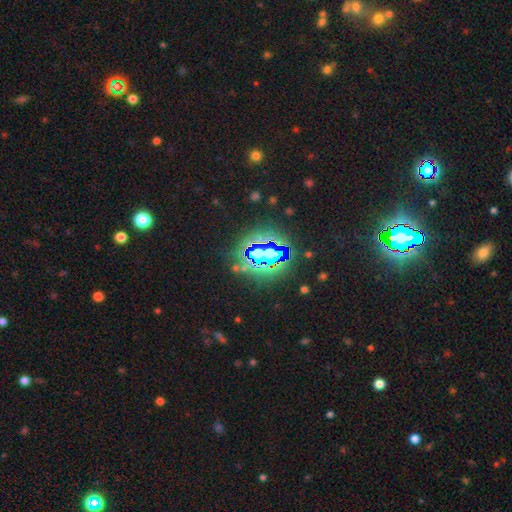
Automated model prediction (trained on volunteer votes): Q: Smooth or featured?
A: star or artifact (76%); runner-up: smooth (14%)